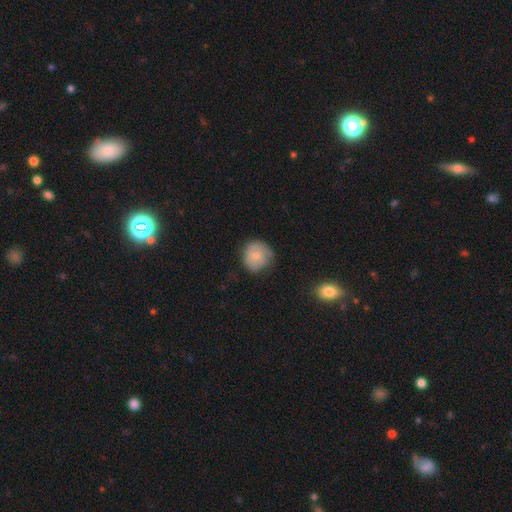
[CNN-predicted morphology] Overall: smooth (60%; featured or disk 33%). How rounded: round (87%). Merging: none (64%; minor disturbance 26%).